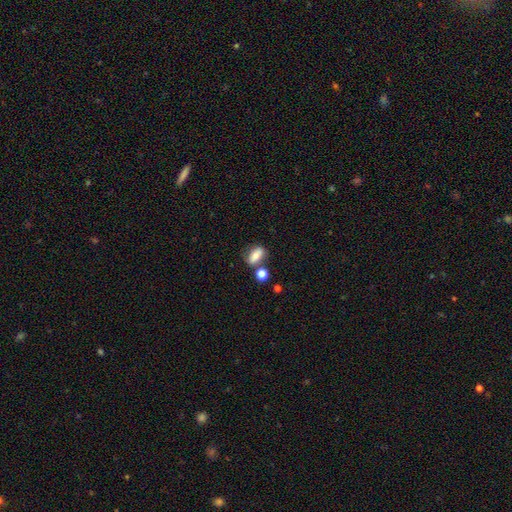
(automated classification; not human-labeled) smooth_or_featured: smooth (p=0.75) [alt: featured or disk p=0.15]
how_rounded: in between (p=0.78) [alt: round p=0.14]
merging: none (p=0.57) [alt: merger p=0.19]